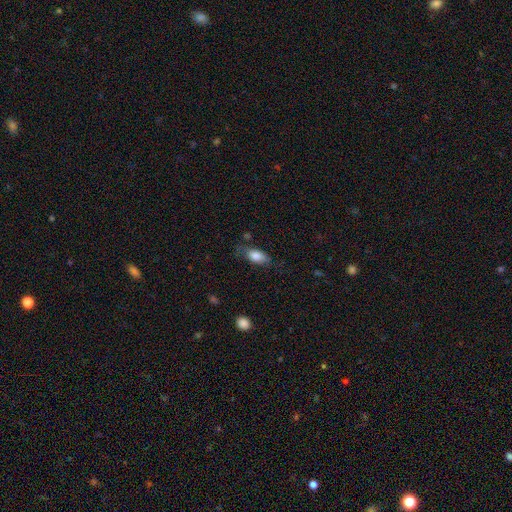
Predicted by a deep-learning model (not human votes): This is clearly a smooth galaxy (81%). How rounded: clearly in between (87%). Merging: likely none (63%).